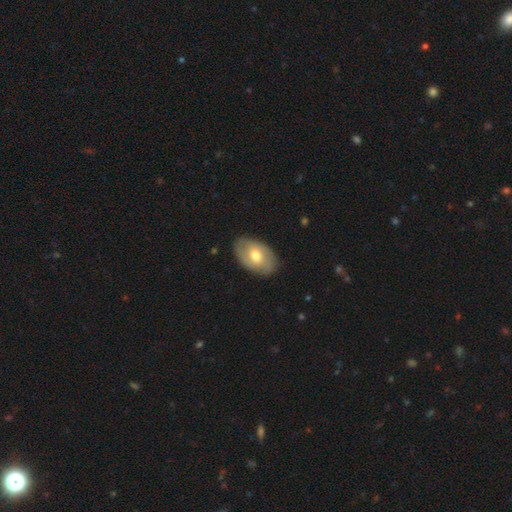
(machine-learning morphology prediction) type=smooth (47%, tied with featured or disk); merging=none (83%).